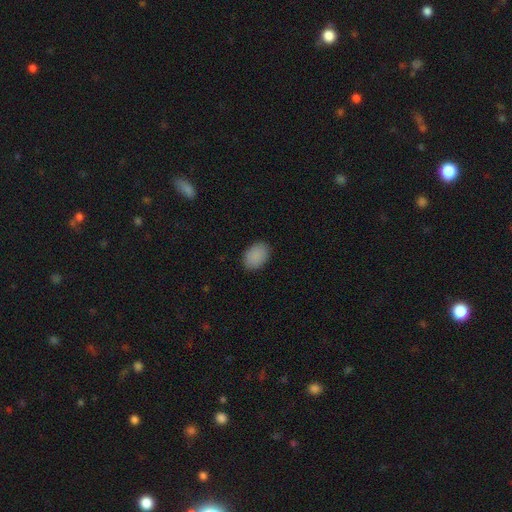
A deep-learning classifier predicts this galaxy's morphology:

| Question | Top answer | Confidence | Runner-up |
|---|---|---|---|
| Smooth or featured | smooth | 89% | star or artifact (7%) |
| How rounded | in between | 83% | round (16%) |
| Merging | none | 87% | minor disturbance (10%) |